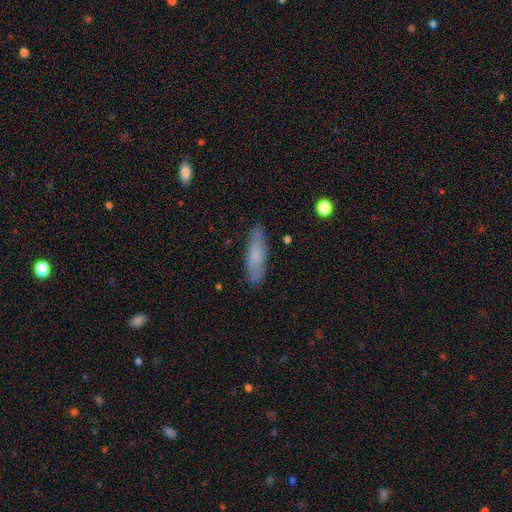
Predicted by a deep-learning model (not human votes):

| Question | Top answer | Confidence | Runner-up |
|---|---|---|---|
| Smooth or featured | smooth | 70% | featured or disk (23%) |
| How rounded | cigar-shaped | 62% | in between (36%) |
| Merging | none | 83% | minor disturbance (13%) |